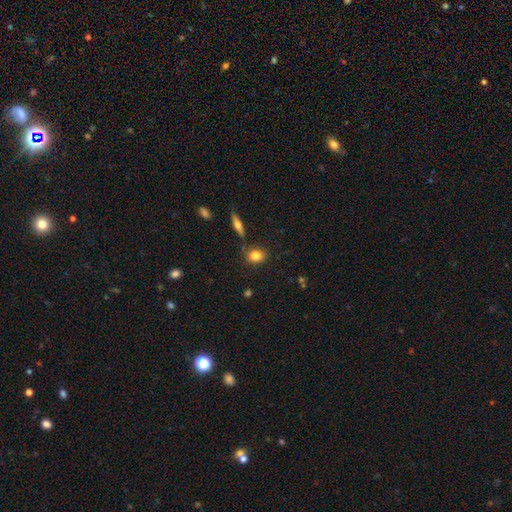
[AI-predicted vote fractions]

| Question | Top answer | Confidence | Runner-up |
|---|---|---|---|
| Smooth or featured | smooth | 82% | featured or disk (9%) |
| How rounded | round | 51% | in between (46%) |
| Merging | none | 77% | minor disturbance (12%) |